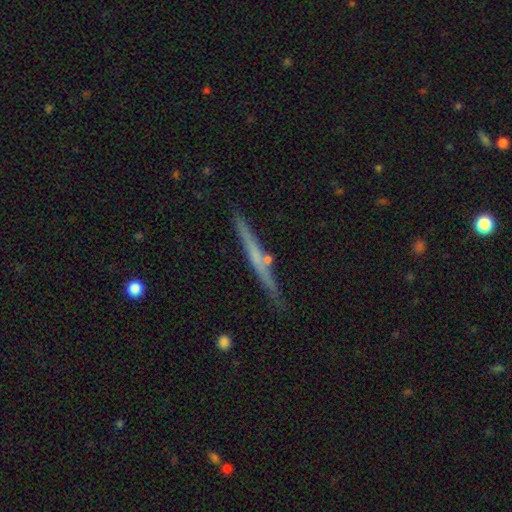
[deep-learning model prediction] Smooth or featured? featured or disk (57%)
Edge-on disk? yes (97%)
Edge-on bulge? none (75%)
Merging? none (85%)